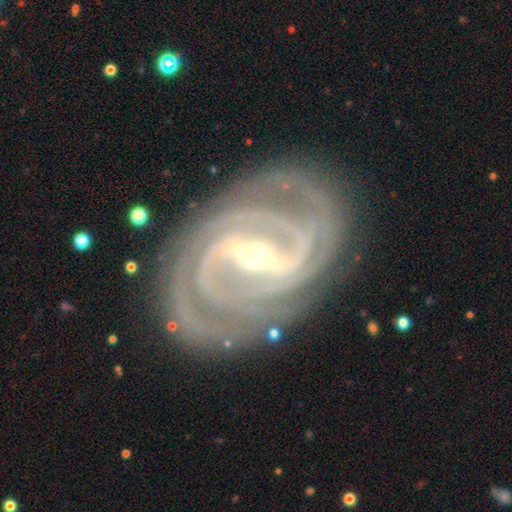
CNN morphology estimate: Smooth or featured: featured or disk — 91% (star or artifact — 5%)
Edge-on disk: no — 96% (yes — 4%)
Bar: strong — 70% (weak — 24%)
Spiral arms: yes — 98% (no — 2%)
Spiral winding: tight — 71% (medium — 25%)
Spiral arm count: 2 — 33% (3 — 22%)
Bulge size: small — 54% (moderate — 42%)
Merging: none — 82% (minor disturbance — 12%)